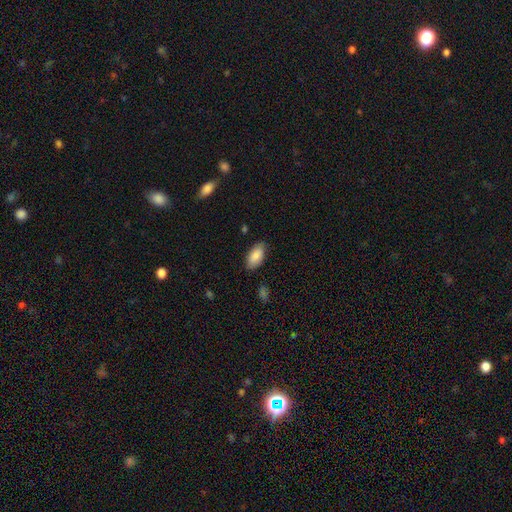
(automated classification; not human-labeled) smooth 86%, featured or disk 8%, star or artifact 6%. Down the decision tree: how rounded — in between (94%); merging — none (81%).